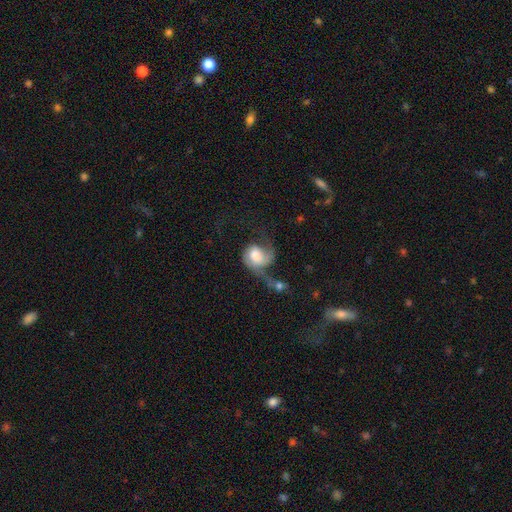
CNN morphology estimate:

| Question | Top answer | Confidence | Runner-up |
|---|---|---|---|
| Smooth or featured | featured or disk | 60% | smooth (33%) |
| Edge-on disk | no | 97% | yes (3%) |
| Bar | no | 68% | weak (26%) |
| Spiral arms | yes | 85% | no (15%) |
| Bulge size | large | 47% | moderate (27%) |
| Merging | major disturbance | 38% | merger (28%) |